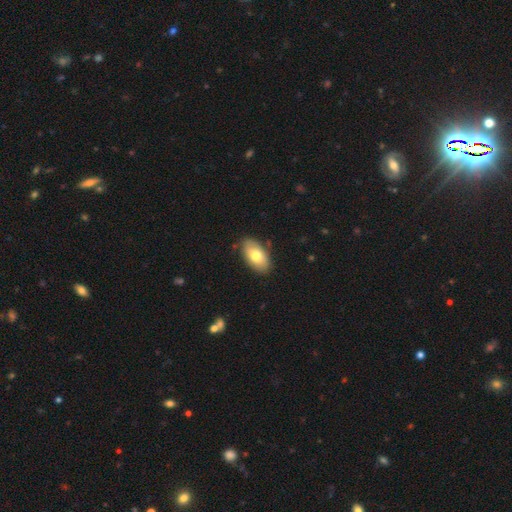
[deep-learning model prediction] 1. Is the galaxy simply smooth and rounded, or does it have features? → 71% smooth, 23% featured or disk, 6% star or artifact.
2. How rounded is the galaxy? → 94% in between, 4% round, 2% cigar-shaped.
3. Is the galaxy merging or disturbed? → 85% none, 11% minor disturbance, 2% major disturbance, 2% merger.